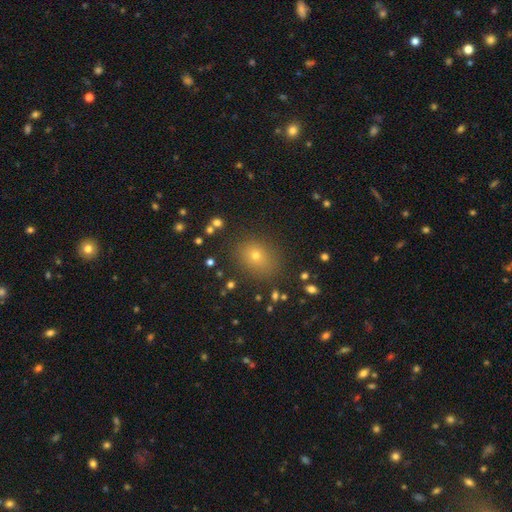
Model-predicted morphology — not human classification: Smooth or featured?
  - smooth: 68% *
  - star or artifact: 22%
  - featured or disk: 11%
How rounded?
  - round: 54% *
  - in between: 45%
  - cigar-shaped: 1%
Merging?
  - none: 85% *
  - minor disturbance: 10%
  - major disturbance: 4%
  - merger: 2%